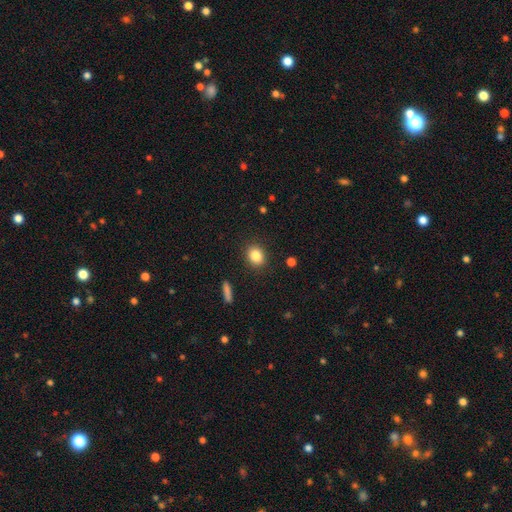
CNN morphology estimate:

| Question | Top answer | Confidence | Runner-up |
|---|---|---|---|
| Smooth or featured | smooth | 84% | star or artifact (10%) |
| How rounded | round | 54% | in between (44%) |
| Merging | none | 89% | minor disturbance (8%) |